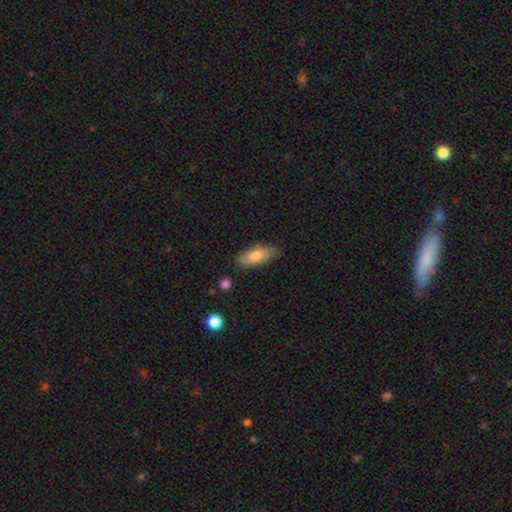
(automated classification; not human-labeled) Morphology: type=smooth (74%); roundness=in between (82%); merging=none (73%).